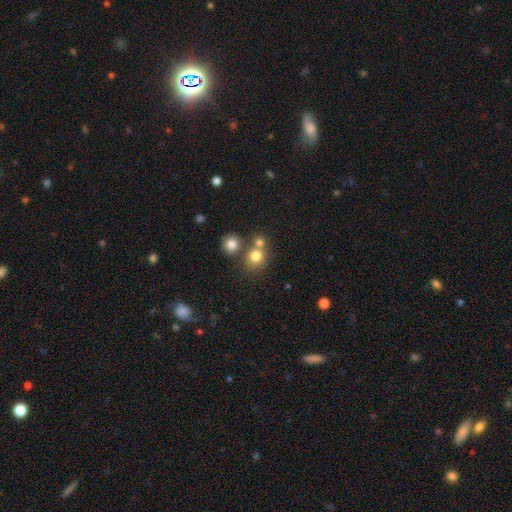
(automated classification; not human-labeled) smooth-or-featured: smooth: 77% | star or artifact: 13% | featured or disk: 9%
  how-rounded: round: 84% | in between: 15% | cigar-shaped: 1%
  merging: none: 53% | merger: 35% | minor disturbance: 8% | major disturbance: 4%